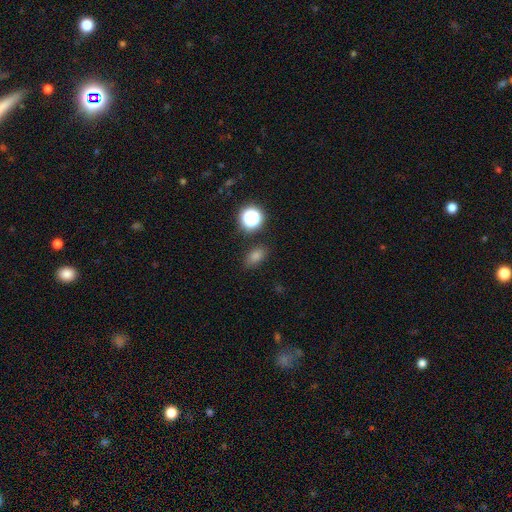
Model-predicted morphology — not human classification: type=smooth (70%); roundness=in between (71%); merging=none (85%).